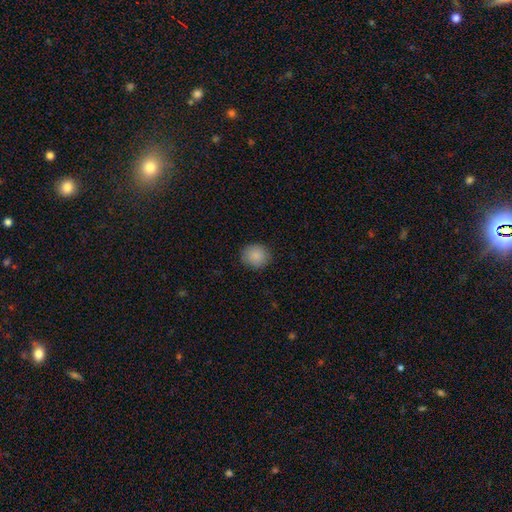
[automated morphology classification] This is clearly a smooth galaxy (88%). How rounded: clearly round (84%). Merging: clearly none (88%).